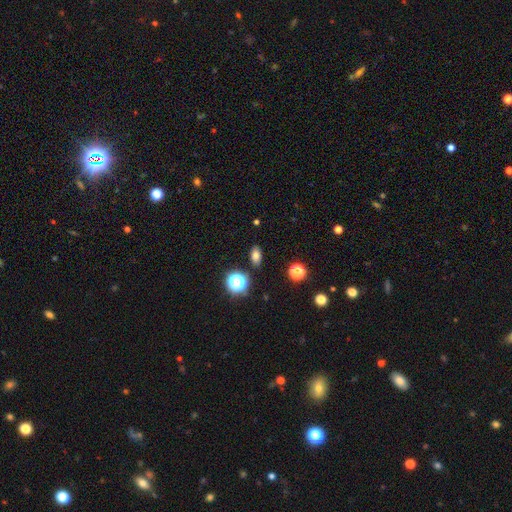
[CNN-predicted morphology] Overall: smooth (75%). How rounded: in between (80%). Merging: none (87%).